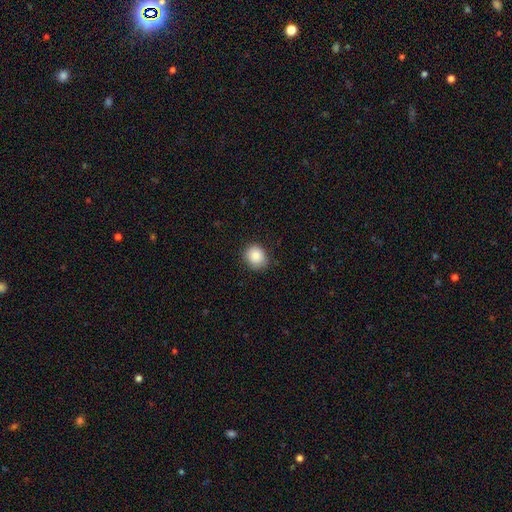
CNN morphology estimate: smooth-or-featured: smooth: 87% | star or artifact: 8% | featured or disk: 4%
  how-rounded: round: 73% | in between: 26% | cigar-shaped: 1%
  merging: none: 82% | minor disturbance: 14% | major disturbance: 3% | merger: 1%